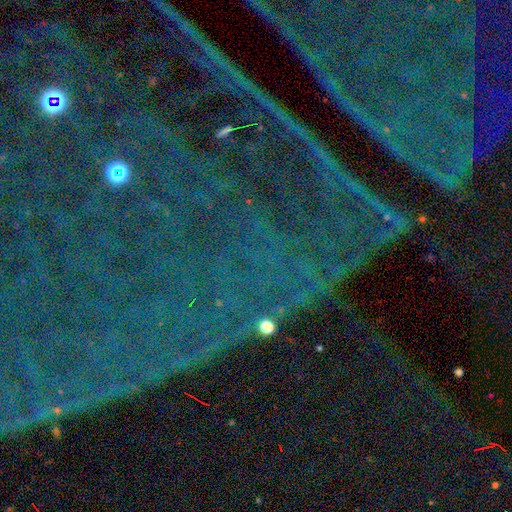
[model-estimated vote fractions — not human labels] star or artifact 87%, featured or disk 7%, smooth 6%.